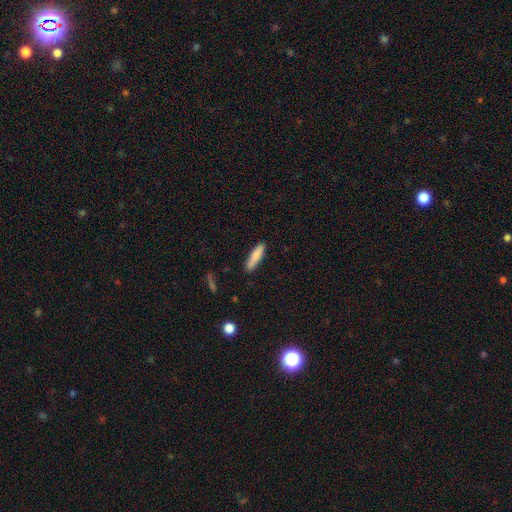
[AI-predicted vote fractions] Overall: smooth (82%). How rounded: cigar-shaped (77%). Merging: none (86%).